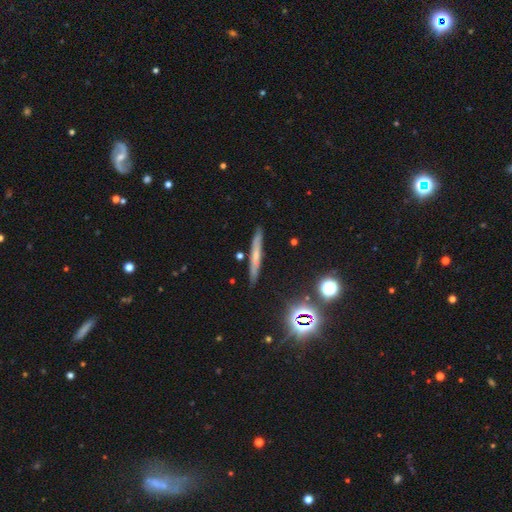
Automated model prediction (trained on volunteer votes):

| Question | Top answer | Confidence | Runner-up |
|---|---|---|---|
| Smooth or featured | smooth | 48% | featured or disk (38%) |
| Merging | none | 87% | minor disturbance (9%) |